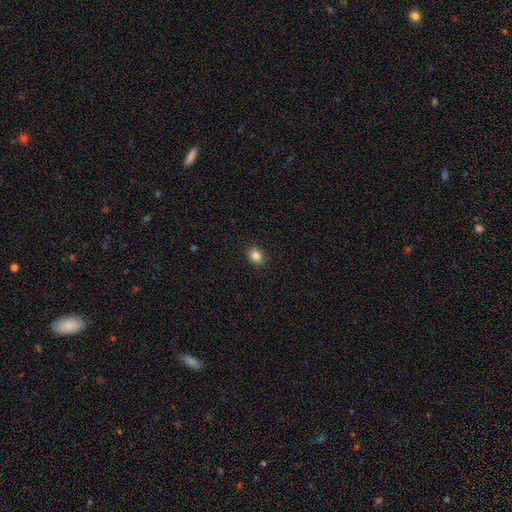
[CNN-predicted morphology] The model was most divided on "how rounded": round: 55%, in between: 44%, cigar-shaped: 1%. More confident: merging — none (91%); smooth or featured — smooth (85%).